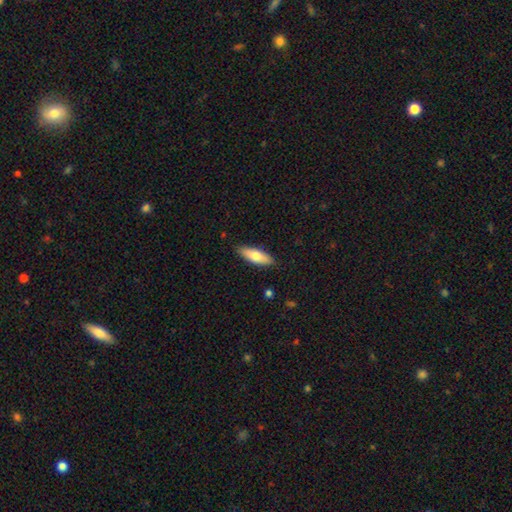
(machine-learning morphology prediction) type=smooth (70%); roundness=in between (60%); merging=none (87%).